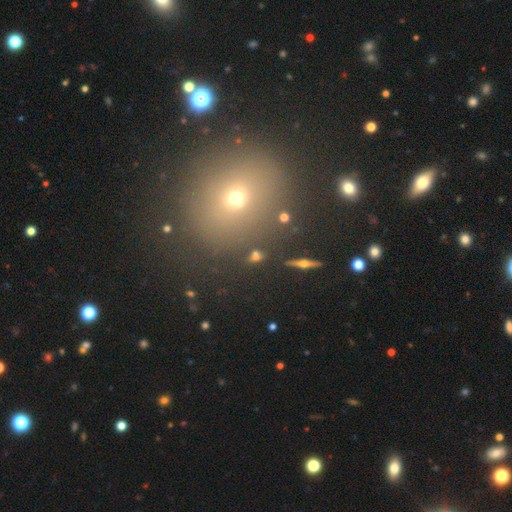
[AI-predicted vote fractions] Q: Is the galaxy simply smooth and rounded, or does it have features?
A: smooth — 47%.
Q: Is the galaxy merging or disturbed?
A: none — 84%.